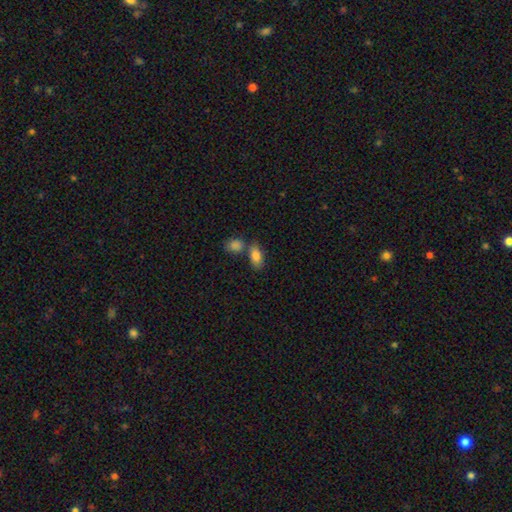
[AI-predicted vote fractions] A smooth galaxy with no disk features (85%) that is in between round and cigar-shaped (89%).

Vote fractions:
- Smooth or featured? smooth: 85% / featured or disk: 8% / star or artifact: 8%
- How rounded? in between: 89% / round: 6% / cigar-shaped: 5%
- Merging? none: 56% / merger: 28% / minor disturbance: 13% / major disturbance: 4%